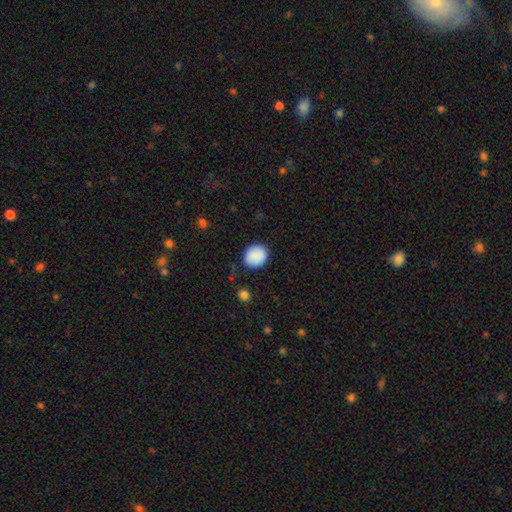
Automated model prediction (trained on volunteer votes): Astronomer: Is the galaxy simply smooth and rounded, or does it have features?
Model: smooth — 89%.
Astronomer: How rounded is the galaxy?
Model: round — 75%.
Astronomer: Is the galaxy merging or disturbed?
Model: none — 82%.